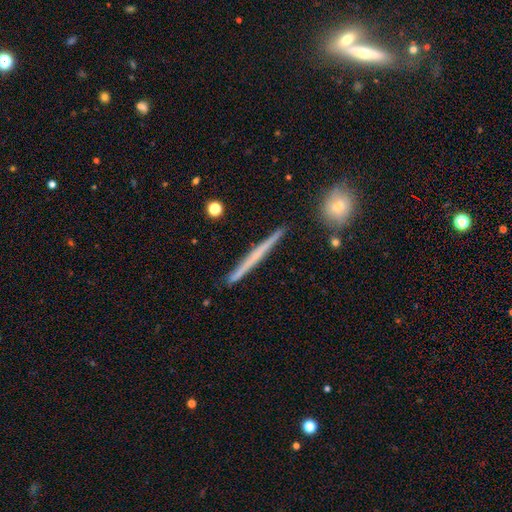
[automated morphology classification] A featured or disk galaxy (55%) viewed edge-on (97%) with no central bulge (87%). Merging: none (91%).